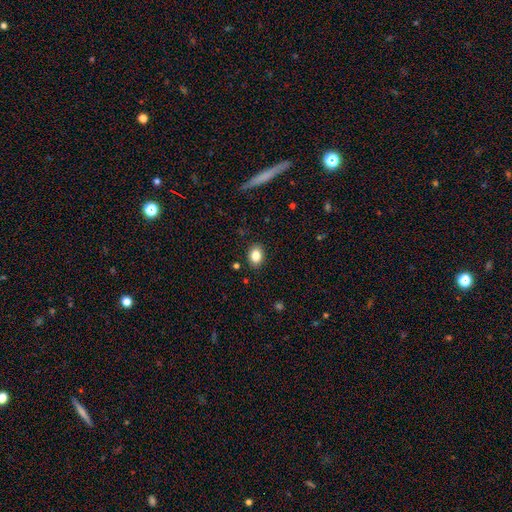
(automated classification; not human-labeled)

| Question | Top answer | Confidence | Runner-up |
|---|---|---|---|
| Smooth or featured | smooth | 83% | star or artifact (9%) |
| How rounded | in between | 68% | round (31%) |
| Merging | none | 88% | minor disturbance (9%) |